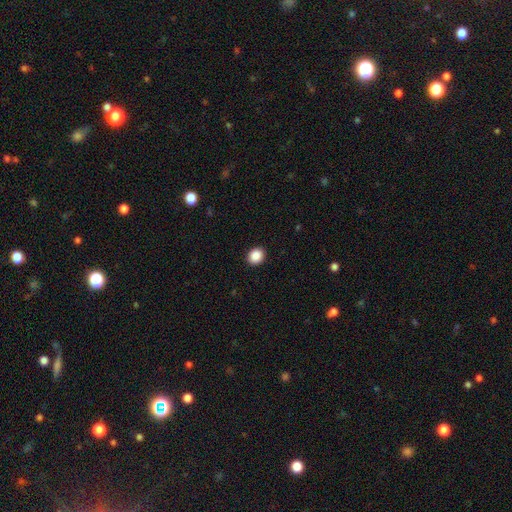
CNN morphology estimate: A smooth galaxy with no disk features (89%) that is round (68%). Merging: none (92%).